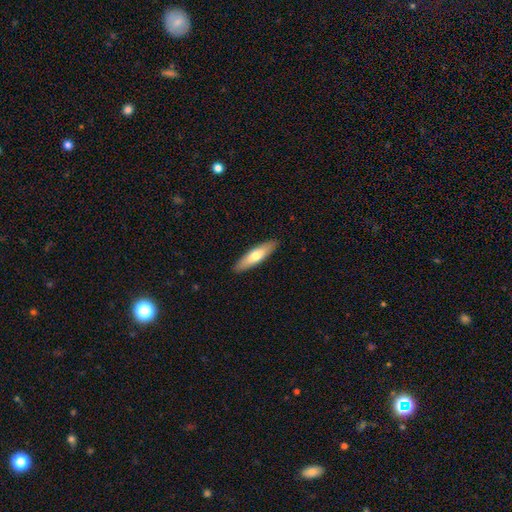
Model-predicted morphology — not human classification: smooth-or-featured: smooth: 62% | featured or disk: 33% | star or artifact: 5%
  how-rounded: cigar-shaped: 72% | in between: 26% | round: 2%
  merging: none: 90% | minor disturbance: 7% | major disturbance: 1% | merger: 1%